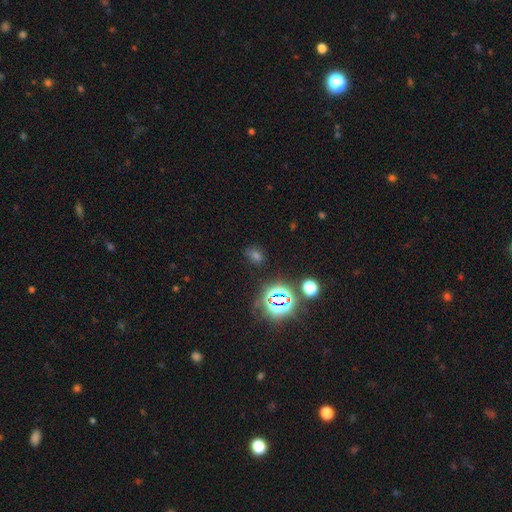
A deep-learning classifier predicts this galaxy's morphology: star or artifact 48%, smooth 44%, featured or disk 8%.